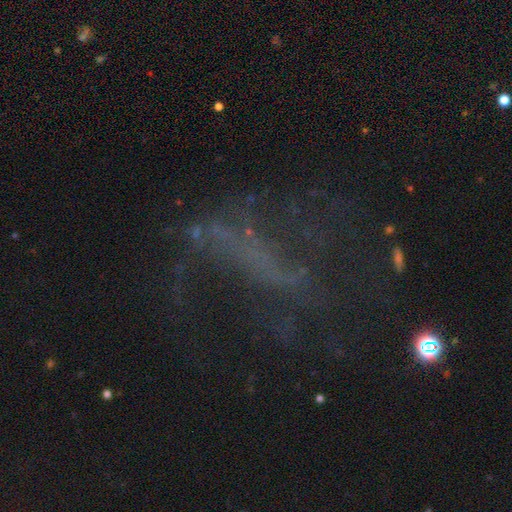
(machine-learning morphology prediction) The model was most divided on "merging": none: 47%, major disturbance: 34%, minor disturbance: 15%, merger: 5%. Remaining: smooth or featured — featured or disk (48%).